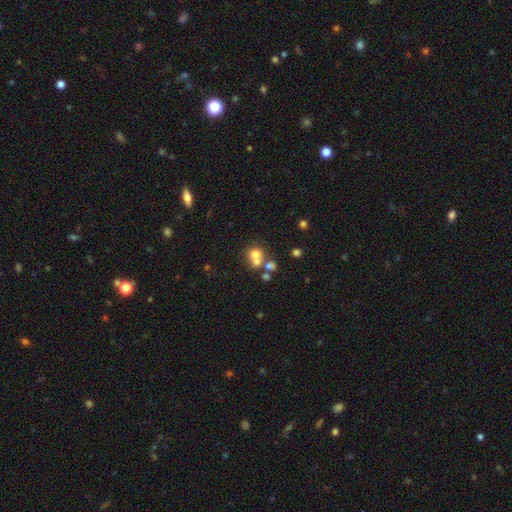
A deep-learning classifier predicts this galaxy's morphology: Smooth or featured? smooth (66%)
How rounded? round (80%)
Merging? merger (50%)